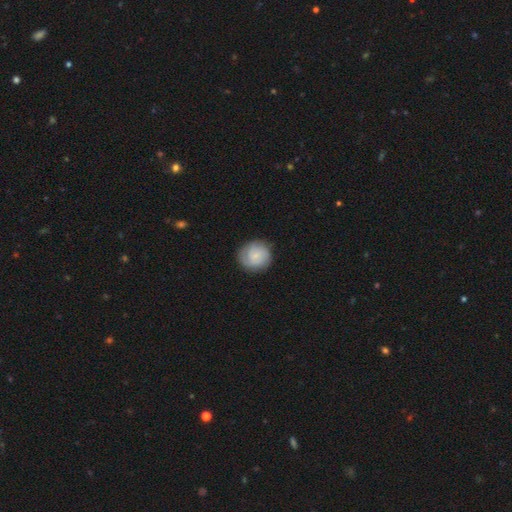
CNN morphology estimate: Overall: smooth (63%; featured or disk 30%). How rounded: round (91%). Merging: none (81%).